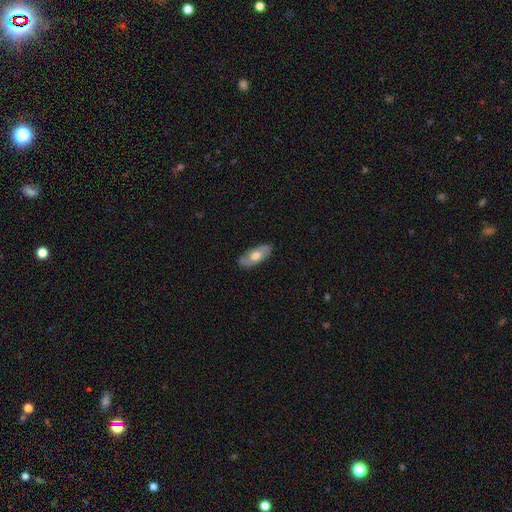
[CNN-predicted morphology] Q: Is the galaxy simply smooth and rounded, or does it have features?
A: featured or disk — 47%, tied with smooth.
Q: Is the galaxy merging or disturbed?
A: none — 84%.